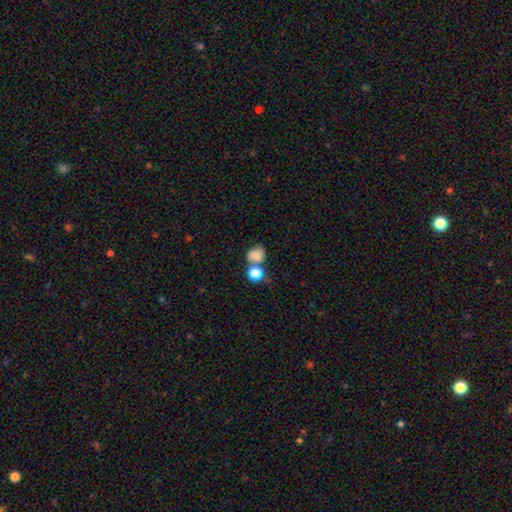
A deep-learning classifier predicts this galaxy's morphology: This is likely a smooth galaxy (78%). How rounded: likely round (60%). Merging: marginally none (41%).